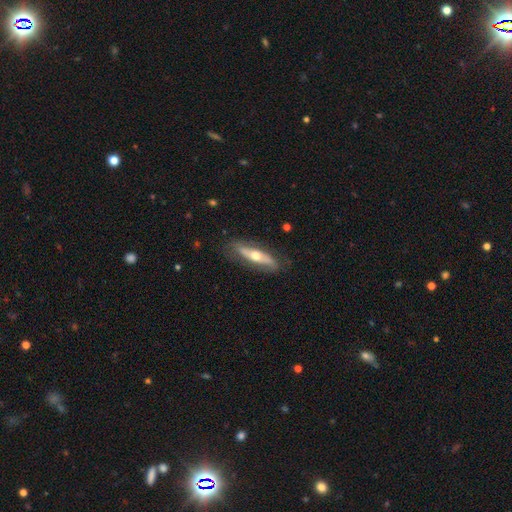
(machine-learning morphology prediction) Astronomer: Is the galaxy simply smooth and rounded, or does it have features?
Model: featured or disk — 59% (runner-up: smooth, 35%).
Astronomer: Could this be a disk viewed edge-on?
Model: yes — 58% (runner-up: no, 42%).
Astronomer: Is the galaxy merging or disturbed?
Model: none — 78%.